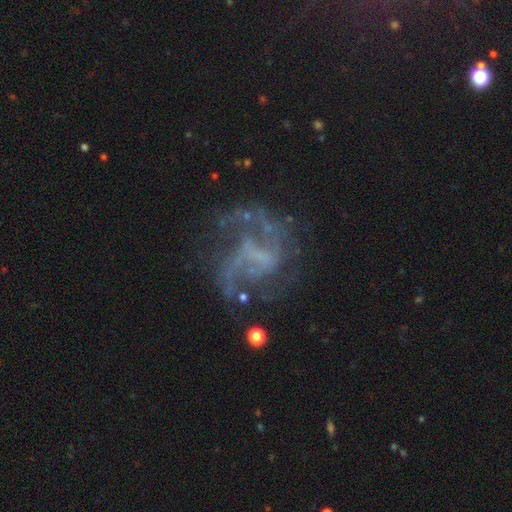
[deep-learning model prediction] Overall: featured or disk (79%). Edge-on disk: no (98%). Bar: no (43%; weak 40%). Spiral arms: yes (83%). Spiral arm count: 2 (50%; can't tell 21%). Spiral winding: loose (45%; medium 41%). Bulge size: none (64%). Merging: none (51%; major disturbance 28%).